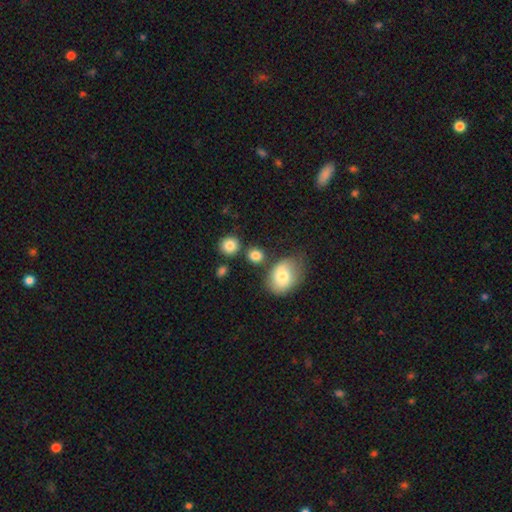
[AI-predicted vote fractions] A smooth galaxy with no disk features (82%) that is round (68%).

Vote fractions:
- Smooth or featured? smooth: 82% / star or artifact: 10% / featured or disk: 8%
- How rounded? round: 68% / in between: 31% / cigar-shaped: 2%
- Merging? none: 71% / minor disturbance: 13% / merger: 12% / major disturbance: 5%